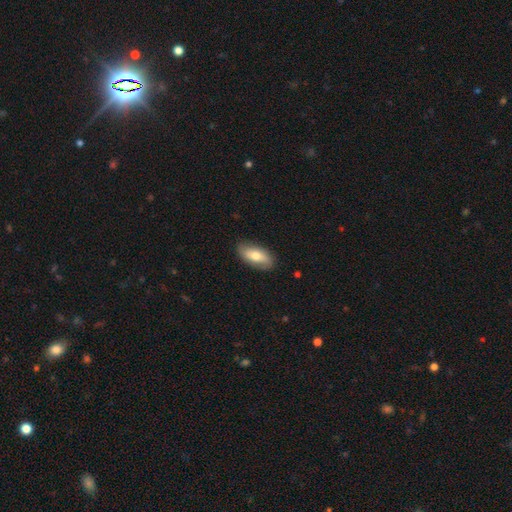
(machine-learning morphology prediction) Q: Smooth or featured?
A: smooth (65%); runner-up: featured or disk (29%)
Q: How rounded?
A: in between (88%); runner-up: cigar-shaped (9%)
Q: Merging?
A: none (83%); runner-up: minor disturbance (13%)